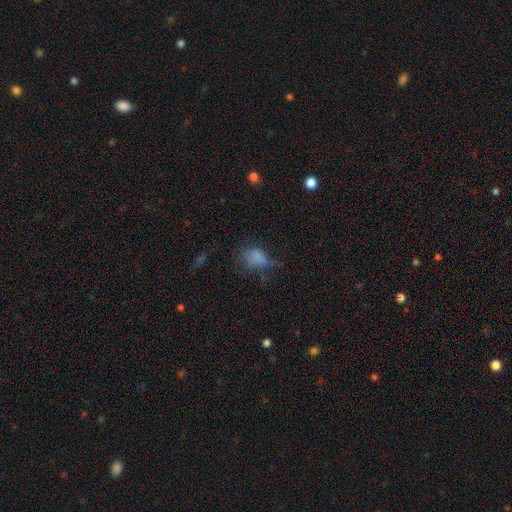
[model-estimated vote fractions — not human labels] Smooth or featured: smooth — 70% (star or artifact — 16%)
How rounded: in between — 59% (round — 39%)
Merging: none — 39% (minor disturbance — 30%)